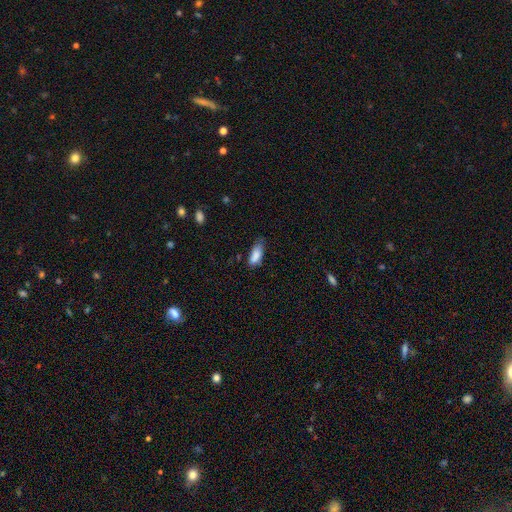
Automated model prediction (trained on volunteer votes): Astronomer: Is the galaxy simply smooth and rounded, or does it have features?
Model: smooth — 85%.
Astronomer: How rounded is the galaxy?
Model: in between — 77%.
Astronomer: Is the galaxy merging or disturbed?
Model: none — 55% (runner-up: minor disturbance, 34%).